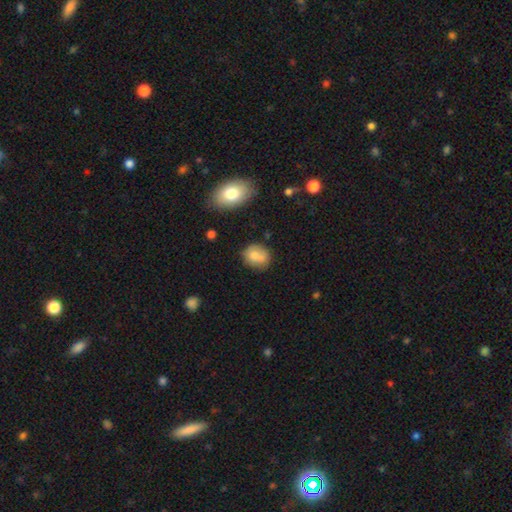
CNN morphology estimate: smooth-or-featured: smooth: 70% | featured or disk: 21% | star or artifact: 9%
  how-rounded: round: 66% | in between: 33% | cigar-shaped: 1%
  merging: none: 55% | merger: 21% | minor disturbance: 19% | major disturbance: 6%